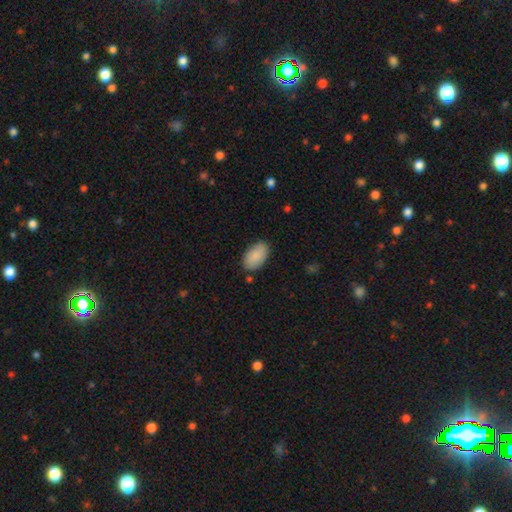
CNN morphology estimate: A smooth galaxy with no disk features (88%) that is in between round and cigar-shaped (94%). Merging: none (83%).